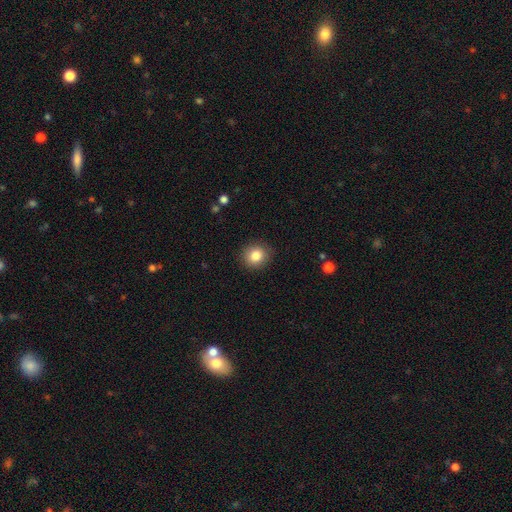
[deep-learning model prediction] Overall: smooth (84%). How rounded: round (83%). Merging: none (90%).